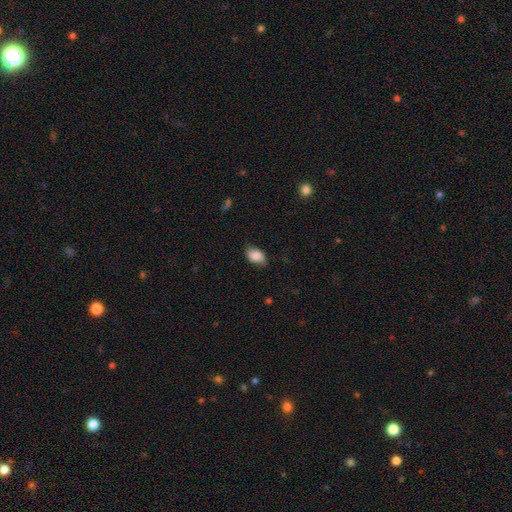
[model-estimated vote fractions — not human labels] The model was most divided on "merging": none: 78%, minor disturbance: 17%, major disturbance: 4%, merger: 1%. More confident: how rounded — in between (91%); smooth or featured — smooth (87%).